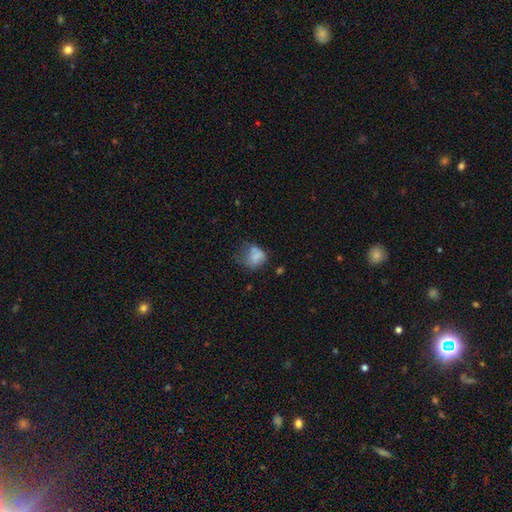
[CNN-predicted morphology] A smooth galaxy with no disk features (73%) that is in between round and cigar-shaped (51%).

Vote fractions:
- Smooth or featured? smooth: 73% / featured or disk: 16% / star or artifact: 11%
- How rounded? in between: 51% / round: 48% / cigar-shaped: 1%
- Merging? minor disturbance: 32% (tied) / major disturbance: 32% (tied) / none: 31% / merger: 4%